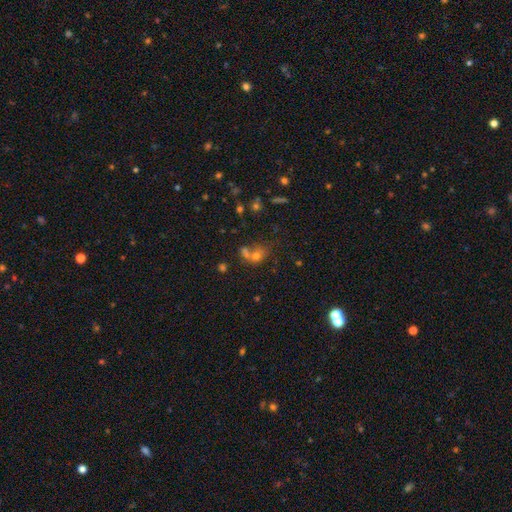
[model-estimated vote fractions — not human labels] Smooth or featured?
  - smooth: 61% *
  - star or artifact: 22%
  - featured or disk: 17%
How rounded?
  - round: 58% *
  - in between: 40%
  - cigar-shaped: 2%
Merging?
  - merger: 49% *
  - none: 34%
  - minor disturbance: 10%
  - major disturbance: 7%